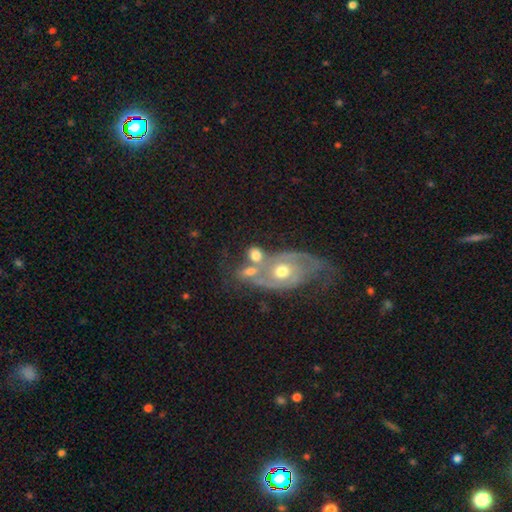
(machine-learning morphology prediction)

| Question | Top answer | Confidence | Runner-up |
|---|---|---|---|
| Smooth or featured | smooth | 47% | featured or disk (44%) |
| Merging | merger | 45% | none (29%) |